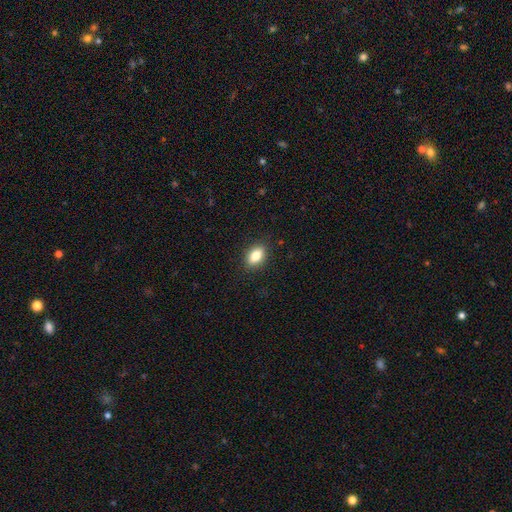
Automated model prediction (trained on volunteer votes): Overall: smooth (82%). How rounded: in between (85%). Merging: none (88%).